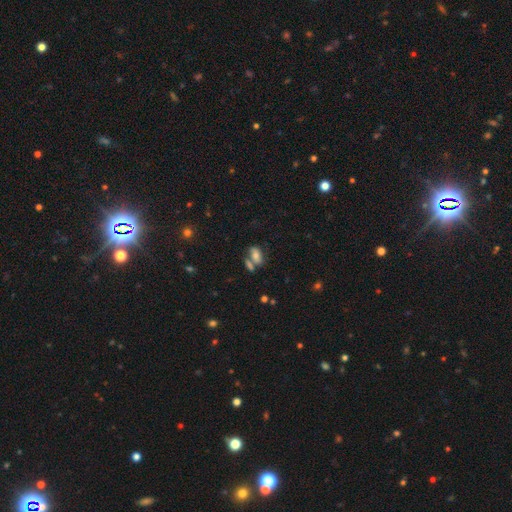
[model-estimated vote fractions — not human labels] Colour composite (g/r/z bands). It shows a smooth galaxy with no disk features (66%) that is in between round and cigar-shaped (87%). Merging: none (45%).